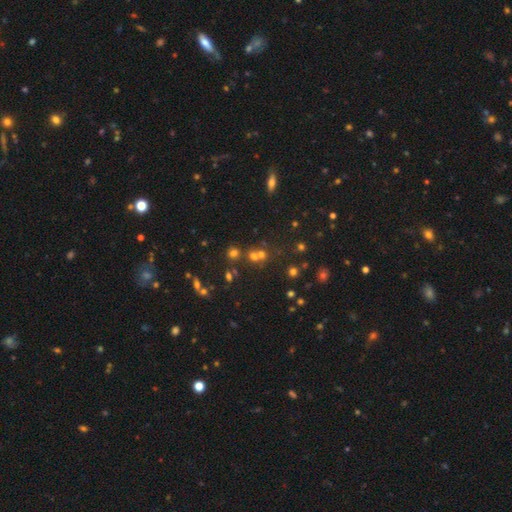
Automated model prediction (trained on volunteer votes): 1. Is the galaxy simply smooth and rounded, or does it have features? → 44% smooth, 43% star or artifact, 13% featured or disk.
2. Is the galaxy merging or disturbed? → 59% none, 29% merger, 8% minor disturbance, 4% major disturbance.